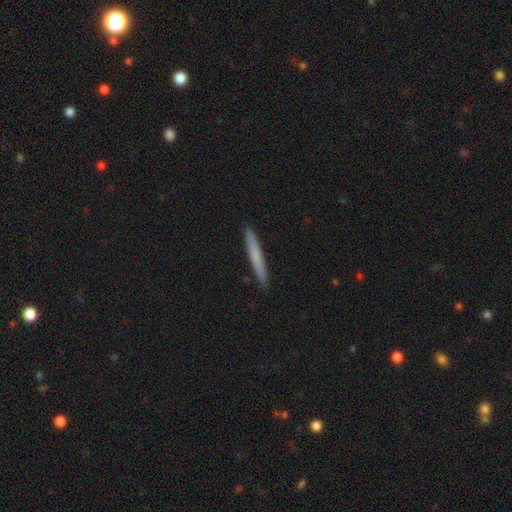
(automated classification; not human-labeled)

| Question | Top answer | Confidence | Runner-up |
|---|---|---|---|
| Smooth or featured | smooth | 66% | featured or disk (28%) |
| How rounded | cigar-shaped | 97% | in between (2%) |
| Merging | none | 92% | minor disturbance (6%) |